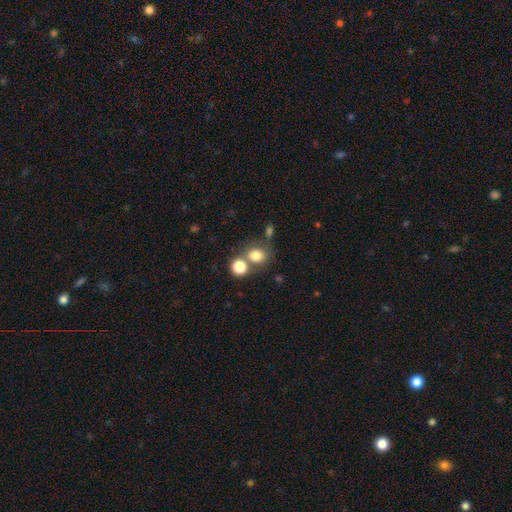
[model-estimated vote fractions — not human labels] Smooth or featured? Predicted: smooth (p=0.79). How rounded? Predicted: round (p=0.66). Merging? Predicted: none (p=0.53).